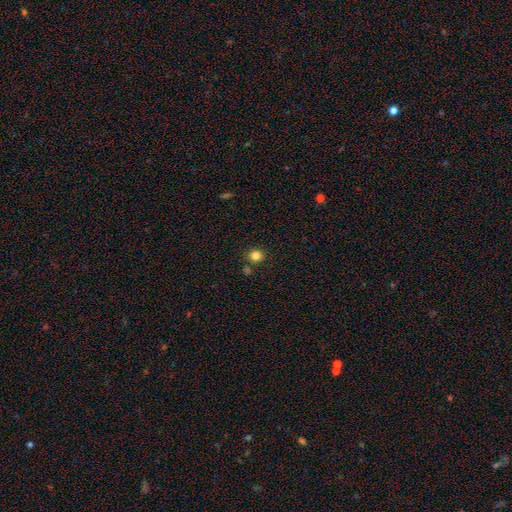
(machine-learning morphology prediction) A smooth galaxy with no disk features (83%) that is round (79%).

Vote fractions:
- Smooth or featured? smooth: 83% / star or artifact: 13% / featured or disk: 5%
- How rounded? round: 79% / in between: 20% / cigar-shaped: 1%
- Merging? none: 82% / minor disturbance: 8% / merger: 8% / major disturbance: 3%